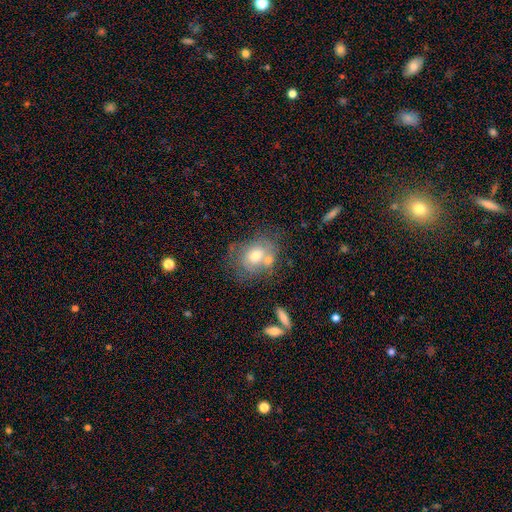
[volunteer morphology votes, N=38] Smooth or featured? 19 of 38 (50%) said smooth. How rounded? 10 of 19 (53%) said in between. Merging? 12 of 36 (33%) said merger.